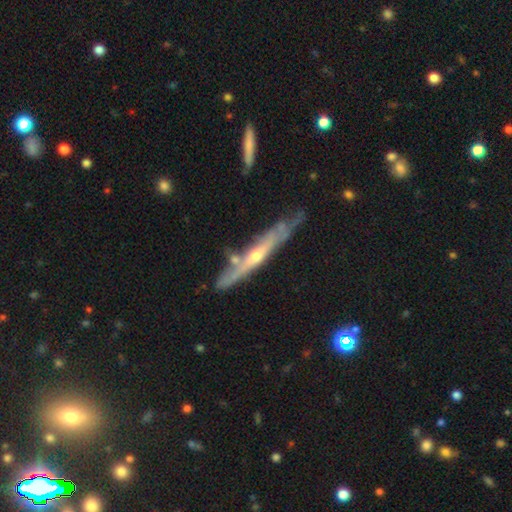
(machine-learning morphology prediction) smooth-or-featured: featured or disk: 77% | smooth: 17% | star or artifact: 6%
  disk-edge-on: yes: 83% | no: 17%
    edge-on-bulge: rounded: 71% | none: 26% | boxy: 3%
  merging: none: 70% | minor disturbance: 21% | merger: 5% | major disturbance: 4%